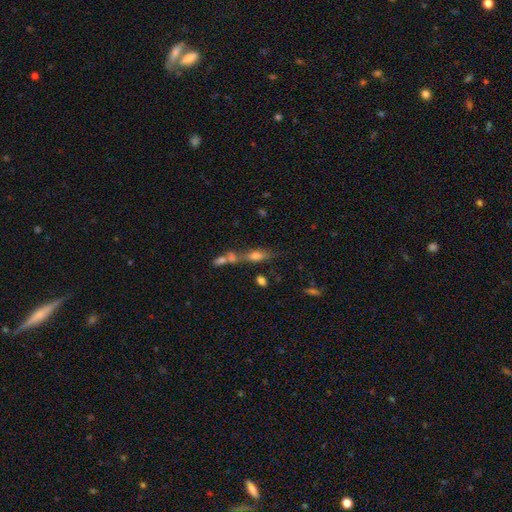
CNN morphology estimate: This is possibly a smooth galaxy (47%). Merging: marginally merger (40%, tied with none).